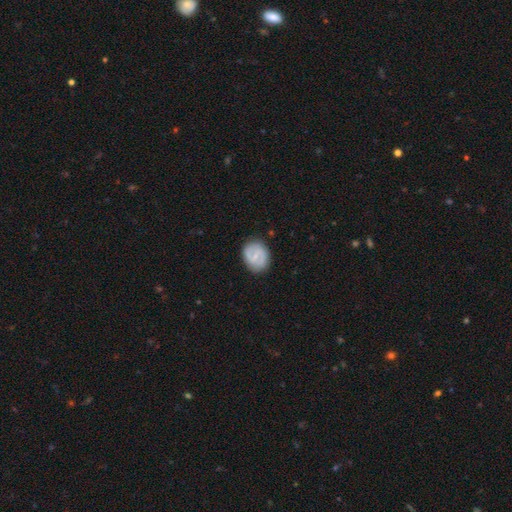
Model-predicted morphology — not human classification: featured or disk 56%, smooth 37%, star or artifact 6%. Down the decision tree: edge-on disk — no (97%); bar — weak (55%); spiral arms — yes (74%); bulge size — small (62%); merging — none (82%).